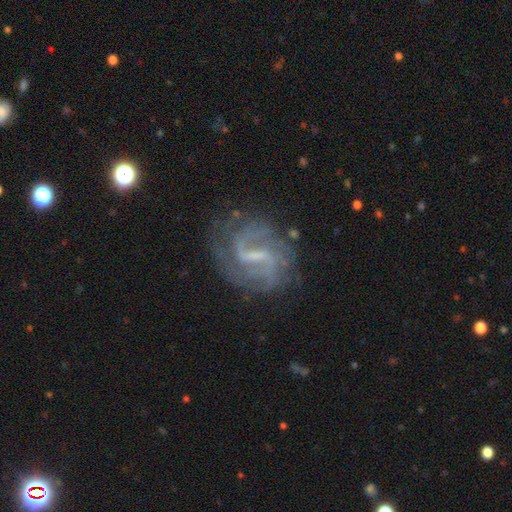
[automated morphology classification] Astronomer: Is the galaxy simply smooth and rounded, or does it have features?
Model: featured or disk — 85%.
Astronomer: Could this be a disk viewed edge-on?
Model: no — 97%.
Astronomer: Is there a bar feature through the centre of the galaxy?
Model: weak — 48% (runner-up: strong, 42%).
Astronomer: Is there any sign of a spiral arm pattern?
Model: yes — 93%.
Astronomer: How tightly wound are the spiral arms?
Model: medium — 46% (runner-up: loose, 32%).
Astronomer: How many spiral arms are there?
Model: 2 — 73%.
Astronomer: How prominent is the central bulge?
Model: small — 45% (runner-up: none, 36%).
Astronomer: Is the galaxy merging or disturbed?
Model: none — 72%.